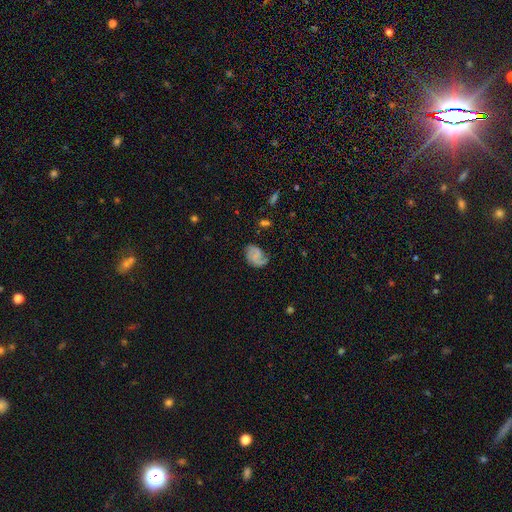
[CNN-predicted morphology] featured or disk 58%, smooth 33%, star or artifact 9%. Down the decision tree: edge-on disk — no (98%); bar — no (61%); spiral arms — yes (89%); spiral arm count — 2 (67%); spiral winding — medium (42%); bulge size — none (54%); merging — none (58%).